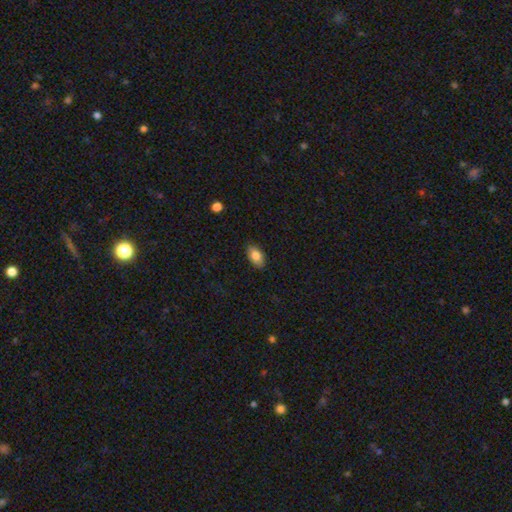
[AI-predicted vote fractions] Smooth or featured: smooth — 84% (featured or disk — 9%)
How rounded: in between — 92% (round — 6%)
Merging: none — 87% (minor disturbance — 10%)